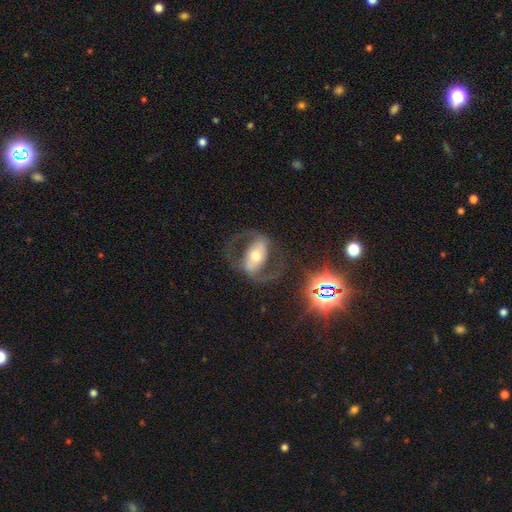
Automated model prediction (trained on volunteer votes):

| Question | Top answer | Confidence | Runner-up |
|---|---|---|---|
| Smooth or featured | featured or disk | 79% | smooth (13%) |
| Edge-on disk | no | 95% | yes (5%) |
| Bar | strong | 45% | weak (28%) |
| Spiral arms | yes | 86% | no (14%) |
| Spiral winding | medium | 53% | loose (33%) |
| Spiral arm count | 2 | 90% | can't tell (5%) |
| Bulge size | moderate | 67% | small (18%) |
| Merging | none | 70% | major disturbance (15%) |